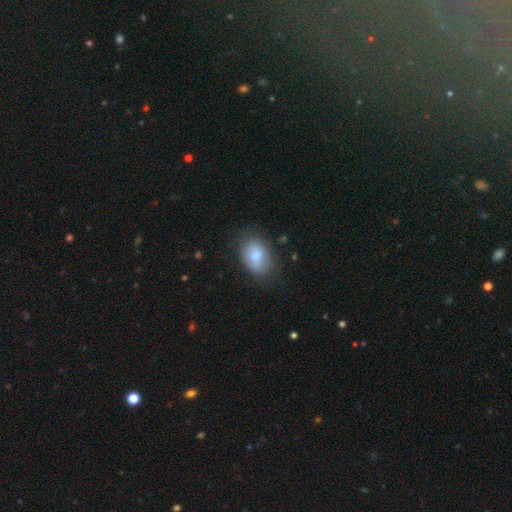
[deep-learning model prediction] Morphology: type=smooth (78%); roundness=in between (84%); merging=none (69%).